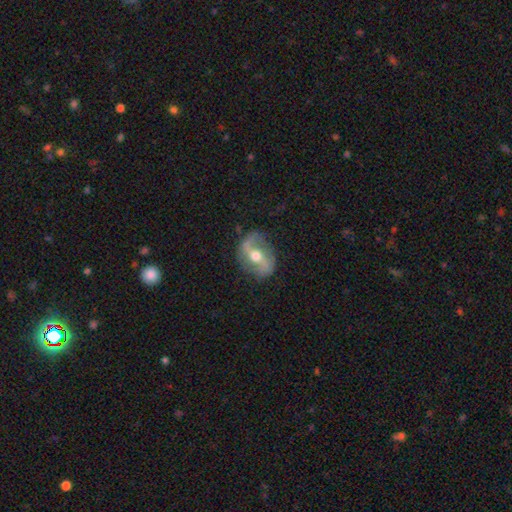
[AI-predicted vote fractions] This appears to be a featured or disk galaxy (80%) with a strong bar (43%), 2 (89%) loose (55%) spiral arms (86%) and a moderate central bulge (75%). Merging: none (78%).